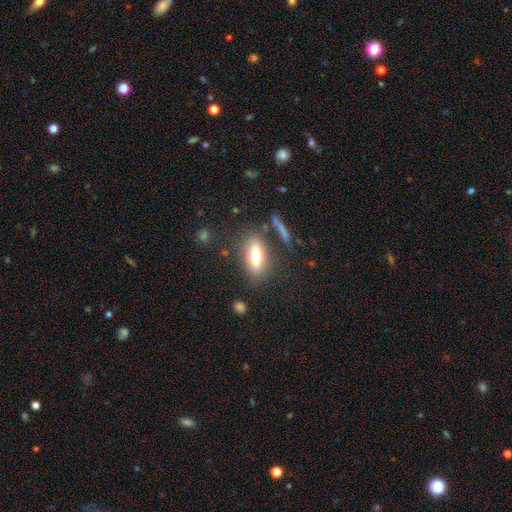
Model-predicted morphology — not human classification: A smooth galaxy with no disk features (65%) that is in between round and cigar-shaped (75%).

Vote fractions:
- Smooth or featured? smooth: 65% / featured or disk: 26% / star or artifact: 9%
- How rounded? in between: 75% / cigar-shaped: 19% / round: 6%
- Merging? none: 76% / minor disturbance: 13% / major disturbance: 6% / merger: 5%